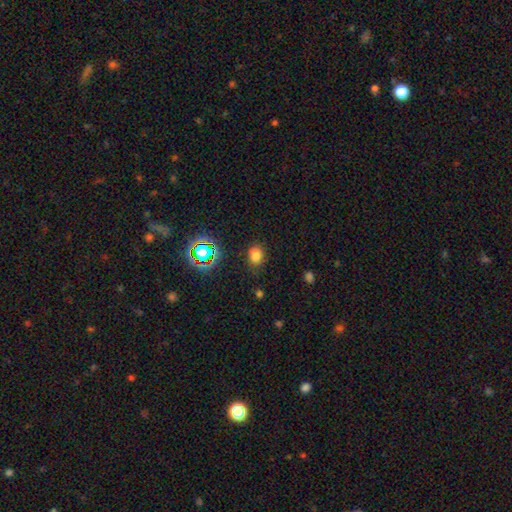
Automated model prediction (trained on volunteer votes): Smooth or featured? smooth (74%)
How rounded? in between (54%)
Merging? none (79%)